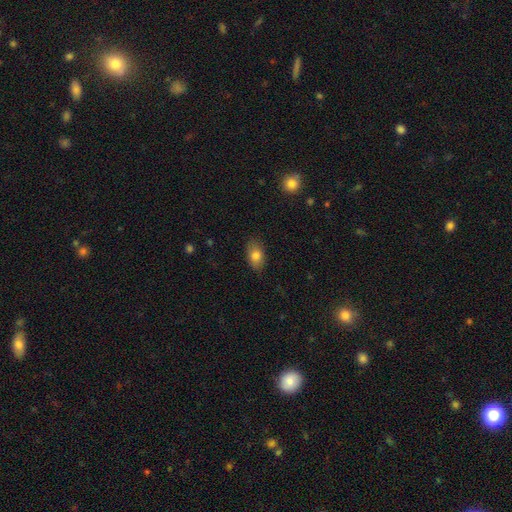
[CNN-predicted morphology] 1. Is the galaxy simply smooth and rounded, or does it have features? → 79% smooth, 13% featured or disk, 8% star or artifact.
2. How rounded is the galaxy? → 89% in between, 9% round, 2% cigar-shaped.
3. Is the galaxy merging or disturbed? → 84% none, 13% minor disturbance, 3% major disturbance, 1% merger.